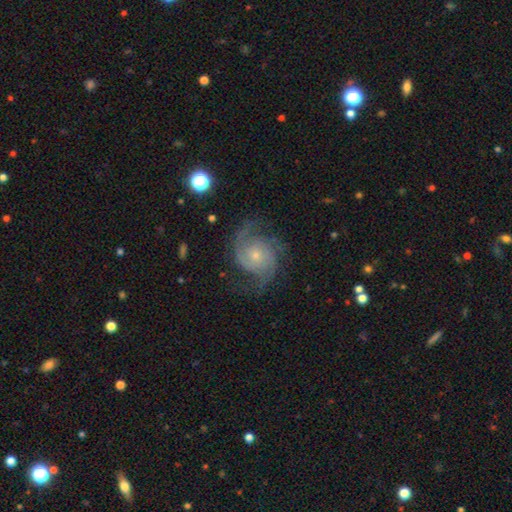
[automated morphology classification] Smooth or featured?
  - featured or disk: 88% *
  - smooth: 6%
  - star or artifact: 6%
Edge-on disk?
  - no: 98% *
  - yes: 2%
Bar?
  - no: 75% *
  - weak: 21%
  - strong: 4%
Spiral arms?
  - yes: 97% *
  - no: 3%
Spiral winding?
  - medium: 51% *
  - tight: 32%
  - loose: 17%
Spiral arm count?
  - 2: 59% *
  - 3: 21%
  - can't tell: 8%
  - 4: 5%
  - 1: 4%
  - more than 4: 4%
Bulge size?
  - small: 72% *
  - moderate: 23%
  - none: 2%
  - large: 2%
  - dominant: 1%
Merging?
  - none: 70% *
  - minor disturbance: 17%
  - major disturbance: 12%
  - merger: 1%